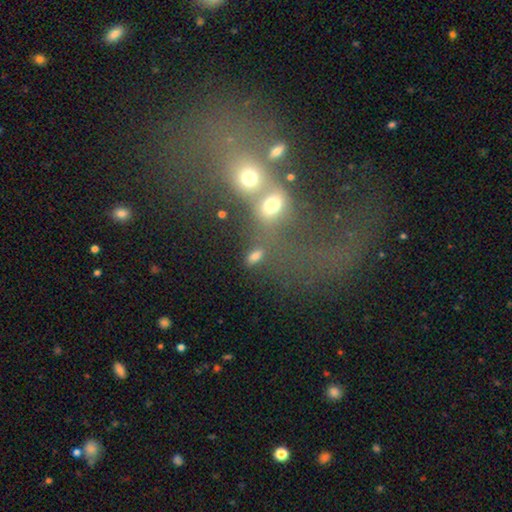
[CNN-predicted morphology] Smooth or featured? smooth (61%)
How rounded? in between (64%)
Merging? merger (54%)